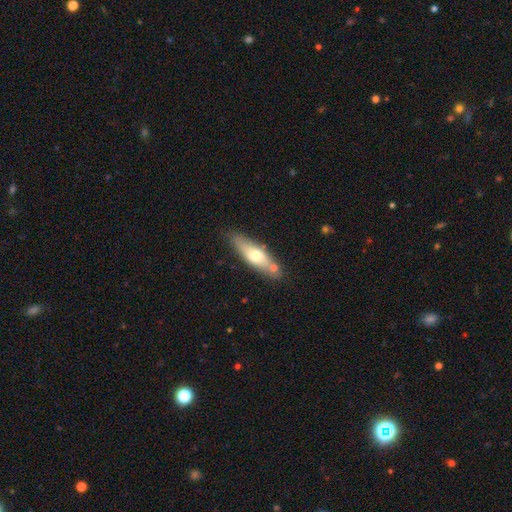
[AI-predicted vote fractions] A smooth galaxy with no disk features (58%) that is cigar-shaped (52%).

Vote fractions:
- Smooth or featured? smooth: 58% / featured or disk: 37% / star or artifact: 6%
- How rounded? cigar-shaped: 52% / in between: 46% / round: 2%
- Merging? none: 72% / minor disturbance: 14% / merger: 10% / major disturbance: 3%